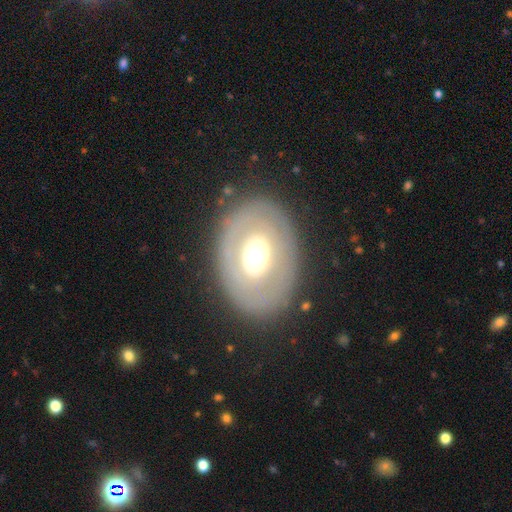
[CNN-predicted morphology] Overall: featured or disk (52%; smooth 41%). Edge-on disk: no (92%). Merging: none (82%).